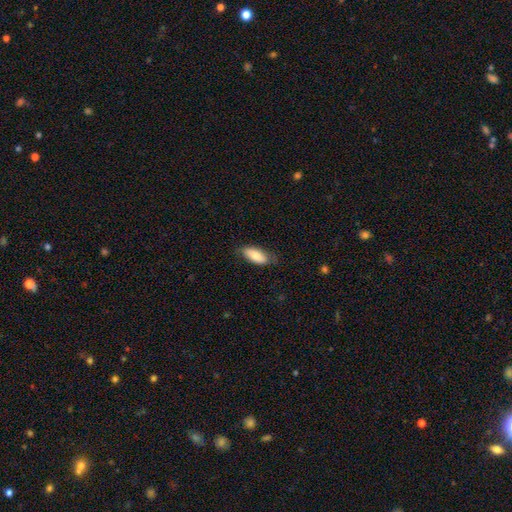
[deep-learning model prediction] Smooth or featured? Predicted: smooth (p=0.81). How rounded? Predicted: in between (p=0.85). Merging? Predicted: none (p=0.74).